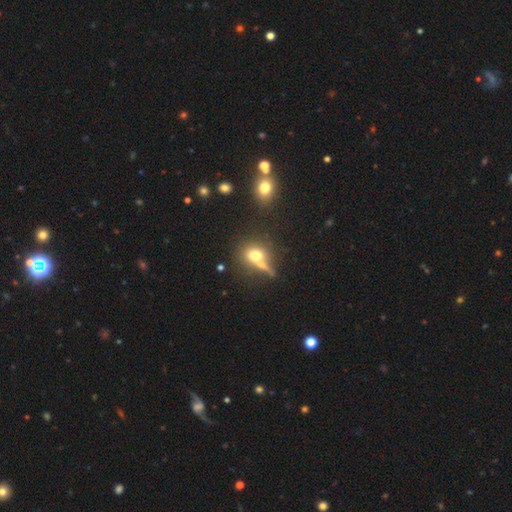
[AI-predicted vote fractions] Morphology: type=smooth (68%); roundness=round (75%); merging=none (48%).